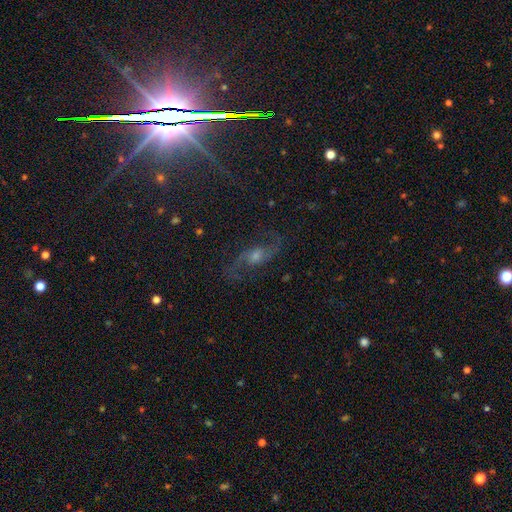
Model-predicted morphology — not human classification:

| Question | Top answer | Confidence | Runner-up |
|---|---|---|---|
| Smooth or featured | featured or disk | 73% | star or artifact (16%) |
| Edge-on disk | no | 92% | yes (8%) |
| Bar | no | 52% | weak (37%) |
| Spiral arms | yes | 94% | no (6%) |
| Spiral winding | loose | 49% | medium (41%) |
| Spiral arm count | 2 | 90% | can't tell (4%) |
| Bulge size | moderate | 54% | small (30%) |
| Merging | none | 77% | minor disturbance (13%) |